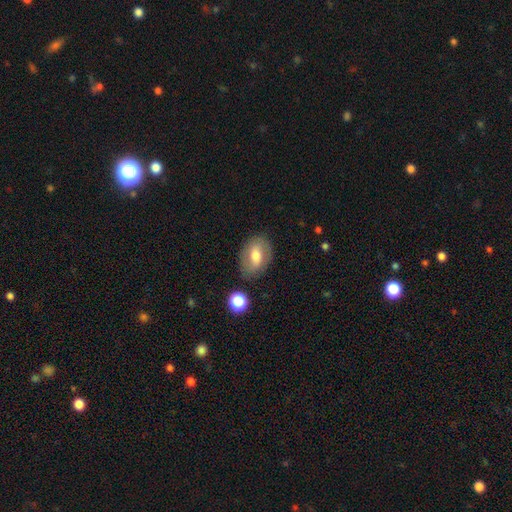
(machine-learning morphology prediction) Smooth or featured? smooth (58%)
How rounded? in between (79%)
Merging? none (80%)